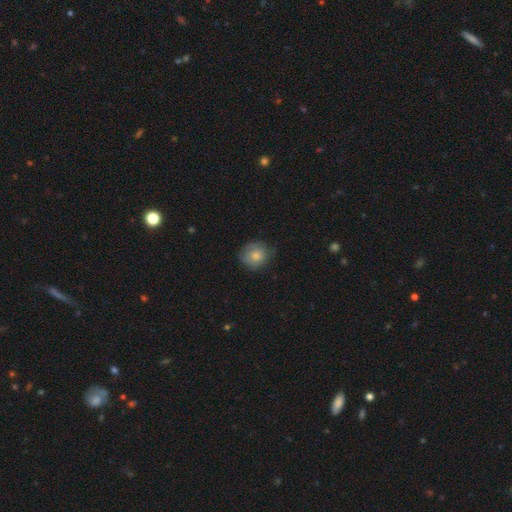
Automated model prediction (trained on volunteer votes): This appears to be a smooth galaxy with no disk features (80%) that is round (82%). Merging: none (70%).